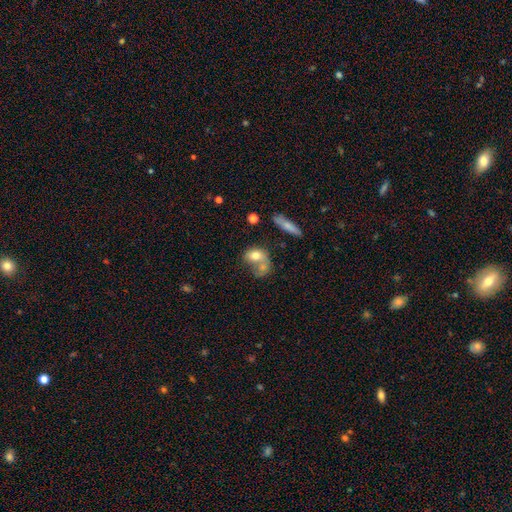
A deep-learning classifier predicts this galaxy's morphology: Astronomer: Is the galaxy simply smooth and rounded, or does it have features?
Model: smooth — 66%.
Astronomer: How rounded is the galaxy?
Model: in between — 66%.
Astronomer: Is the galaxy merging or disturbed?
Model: merger — 45% (runner-up: none, 23%).